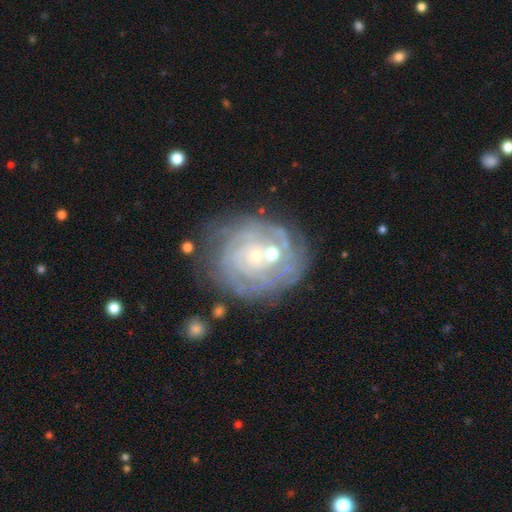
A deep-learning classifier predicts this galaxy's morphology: A featured or disk galaxy (83%) with no bar (77%), tight (81%) spiral arms (94%) and a small central bulge (68%). Merging: none (64%).